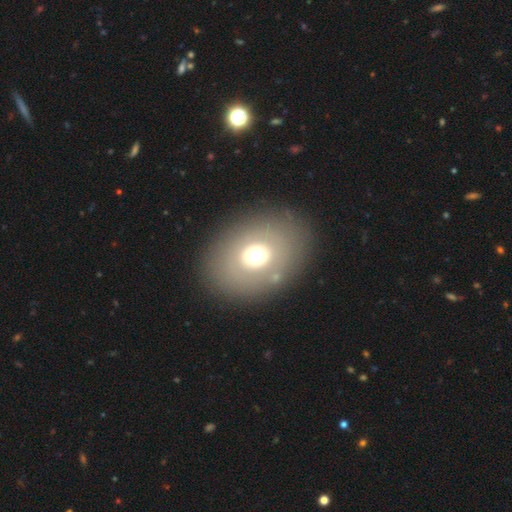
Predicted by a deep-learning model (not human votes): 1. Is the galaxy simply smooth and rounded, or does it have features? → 60% smooth, 28% featured or disk, 11% star or artifact.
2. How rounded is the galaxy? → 64% in between, 35% round, 1% cigar-shaped.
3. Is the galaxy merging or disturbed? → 84% none, 9% minor disturbance, 5% major disturbance, 2% merger.